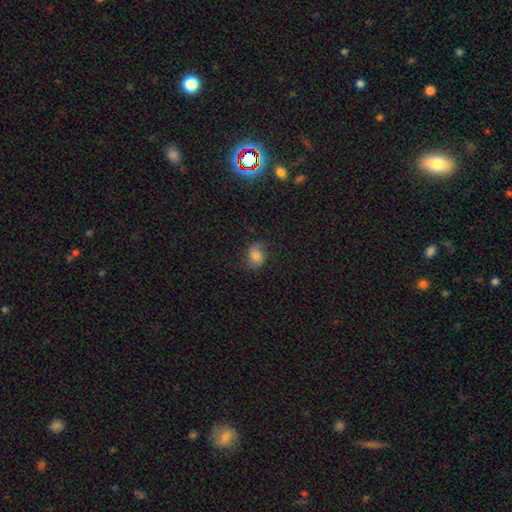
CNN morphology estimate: This appears to be a smooth galaxy with no disk features (71%) that is in between round and cigar-shaped (58%). Merging: none (70%).